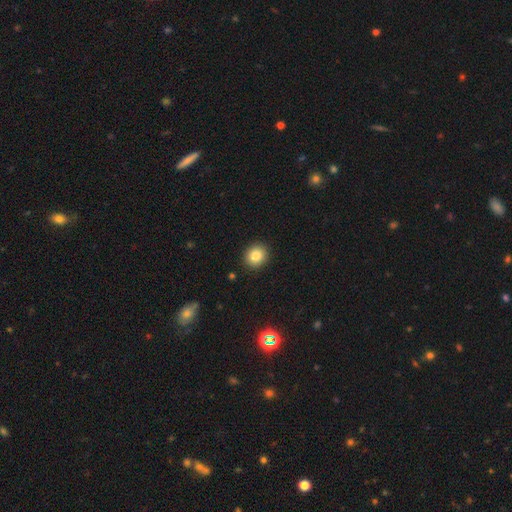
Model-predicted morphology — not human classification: type=smooth (85%); roundness=round (79%); merging=none (91%).